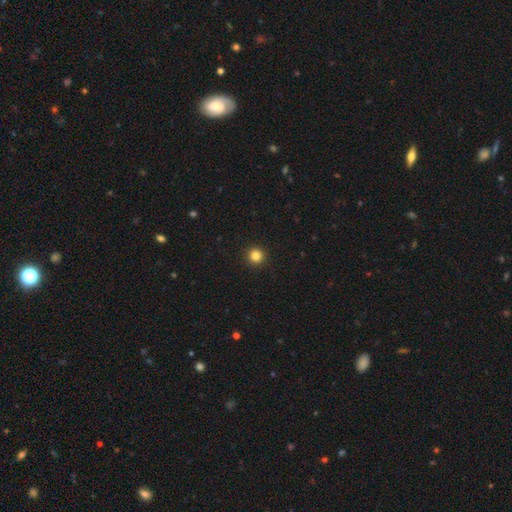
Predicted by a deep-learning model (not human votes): Smooth or featured?
  - smooth: 84% *
  - star or artifact: 12%
  - featured or disk: 4%
How rounded?
  - round: 96% *
  - in between: 3%
  - cigar-shaped: 1%
Merging?
  - none: 94% *
  - minor disturbance: 4%
  - major disturbance: 2%
  - merger: 1%